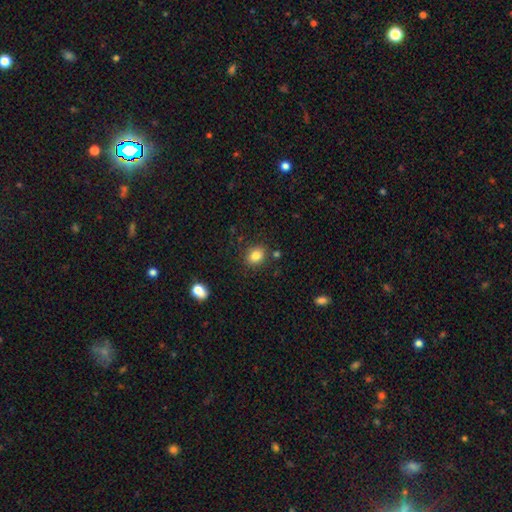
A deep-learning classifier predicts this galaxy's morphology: Overall: smooth (82%). How rounded: in between (50%; round 49%). Merging: none (82%).